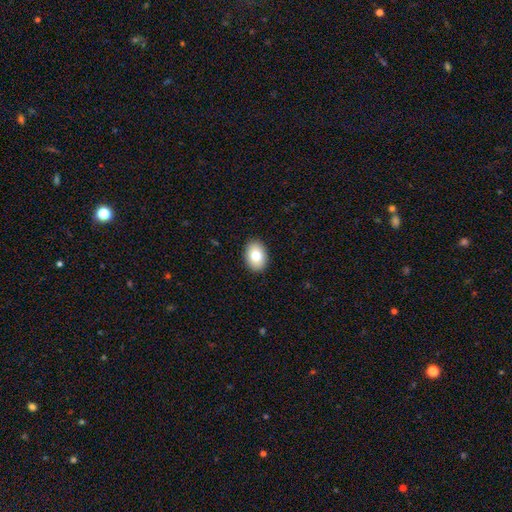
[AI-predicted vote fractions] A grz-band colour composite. It shows a smooth galaxy with no disk features (80%) that is in between round and cigar-shaped (78%). Merging: none (90%).